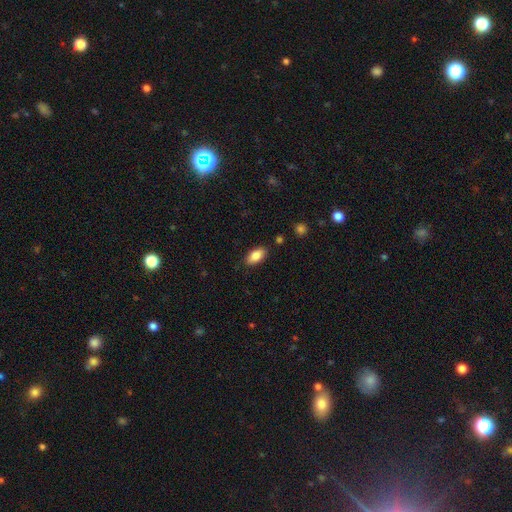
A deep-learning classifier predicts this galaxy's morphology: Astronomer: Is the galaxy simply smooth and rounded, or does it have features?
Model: smooth — 84%.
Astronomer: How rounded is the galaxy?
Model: in between — 91%.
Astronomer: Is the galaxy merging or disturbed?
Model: none — 86%.